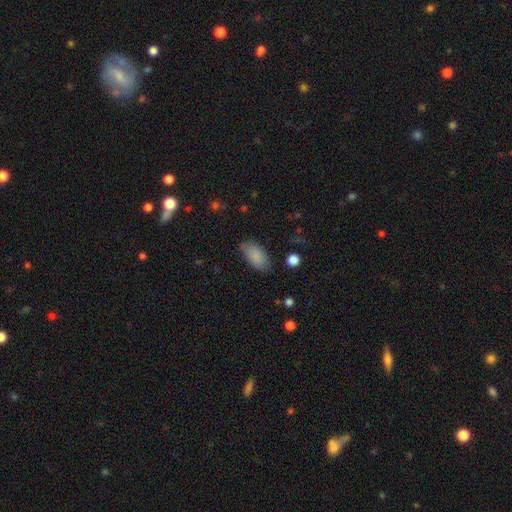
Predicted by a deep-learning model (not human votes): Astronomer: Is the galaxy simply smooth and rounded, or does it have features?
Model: smooth — 87%.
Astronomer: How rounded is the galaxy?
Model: in between — 93%.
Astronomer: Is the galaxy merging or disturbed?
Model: none — 77%.